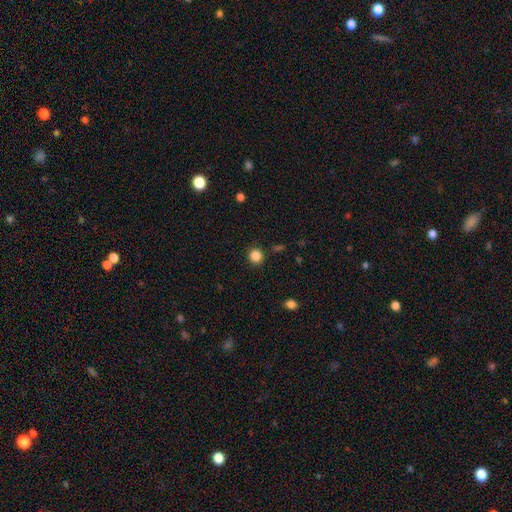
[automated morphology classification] A smooth galaxy with no disk features (86%) that is round (90%). Merging: none (89%).